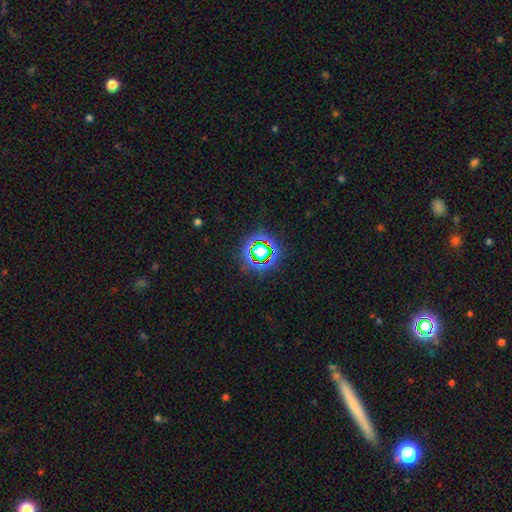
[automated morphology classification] Overall: star or artifact (73%).